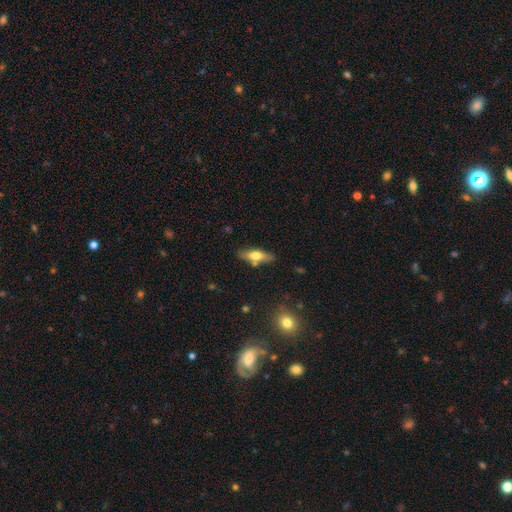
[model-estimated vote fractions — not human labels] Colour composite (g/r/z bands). It shows a smooth galaxy with no disk features (57%) that is cigar-shaped (49%). Merging: none (77%).